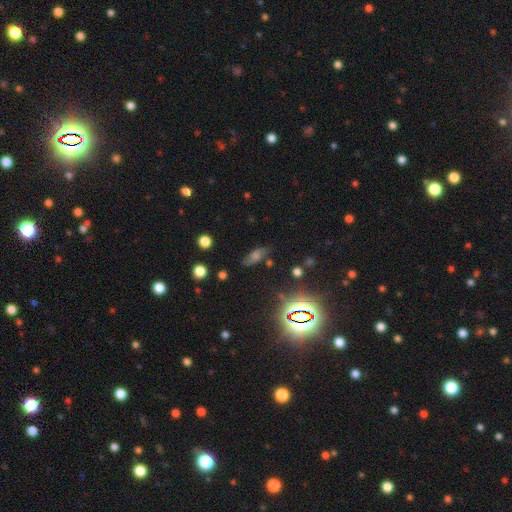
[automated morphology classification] type=star or artifact (42%).